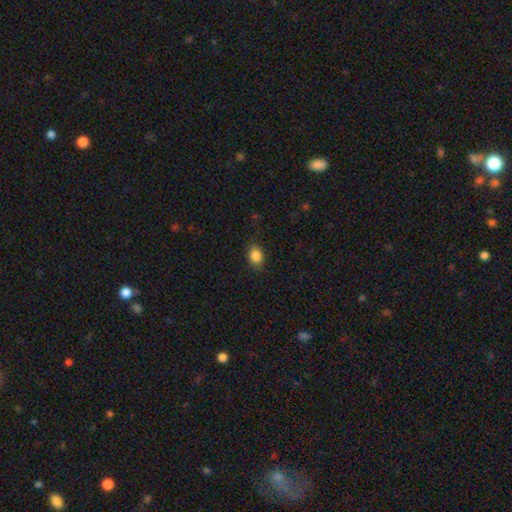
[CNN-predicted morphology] smooth-or-featured: smooth: 86% | star or artifact: 9% | featured or disk: 5%
  how-rounded: in between: 71% | round: 27% | cigar-shaped: 1%
  merging: none: 84% | minor disturbance: 12% | major disturbance: 3% | merger: 1%